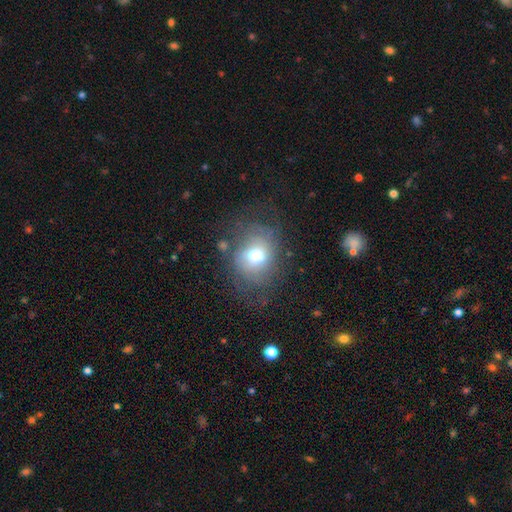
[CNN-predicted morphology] Smooth or featured? Predicted: smooth (p=0.59). How rounded? Predicted: round (p=0.60). Merging? Predicted: none (p=0.57).